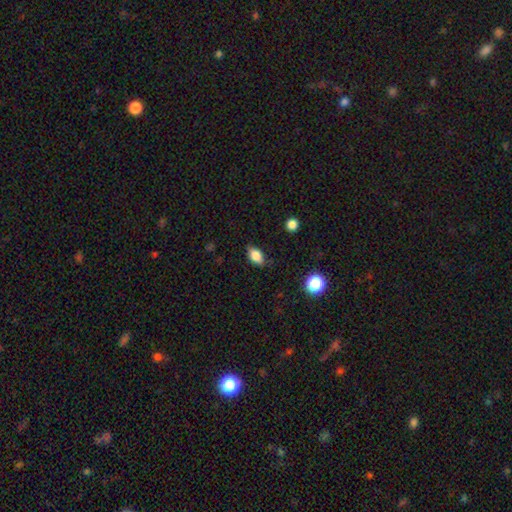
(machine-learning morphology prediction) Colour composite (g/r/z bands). It shows a smooth galaxy with no disk features (79%) that is in between round and cigar-shaped (85%). Merging: none (77%).